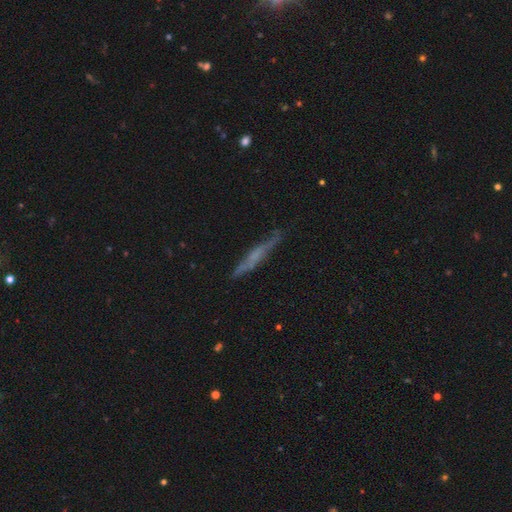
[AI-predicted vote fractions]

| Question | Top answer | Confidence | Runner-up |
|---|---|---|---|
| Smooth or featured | featured or disk | 57% | smooth (35%) |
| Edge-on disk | yes | 90% | no (10%) |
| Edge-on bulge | none | 45% | rounded (35%) |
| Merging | none | 75% | minor disturbance (18%) |